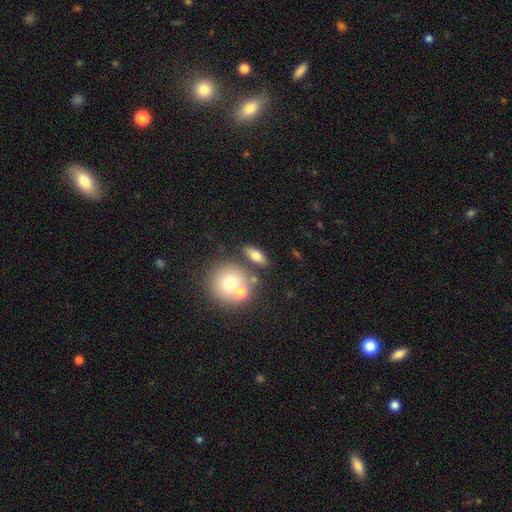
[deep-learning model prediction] Q: Smooth or featured?
A: smooth (63%); runner-up: featured or disk (27%)
Q: How rounded?
A: in between (59%); runner-up: cigar-shaped (22%)
Q: Merging?
A: none (72%); runner-up: merger (14%)